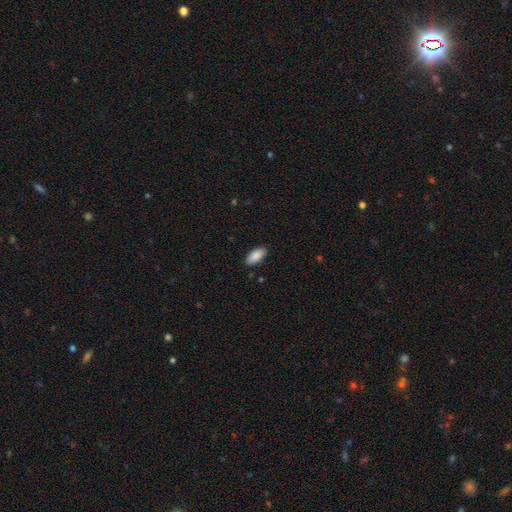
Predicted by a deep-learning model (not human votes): smooth-or-featured: smooth: 89% | star or artifact: 6% | featured or disk: 5%
  how-rounded: in between: 91% | cigar-shaped: 8% | round: 2%
  merging: none: 88% | minor disturbance: 9% | major disturbance: 2% | merger: 1%